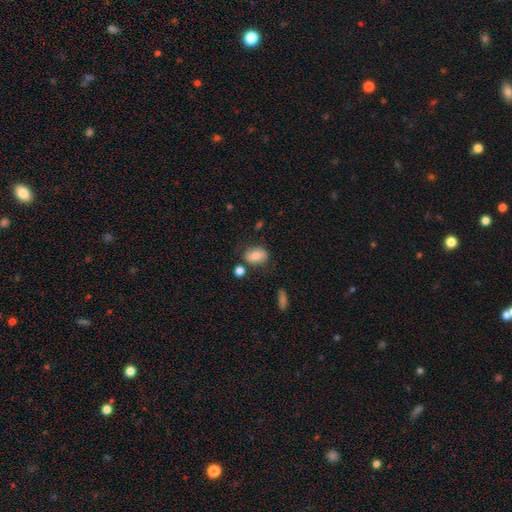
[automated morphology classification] This is likely a smooth galaxy (76%). How rounded: likely in between (79%). Merging: likely none (69%).